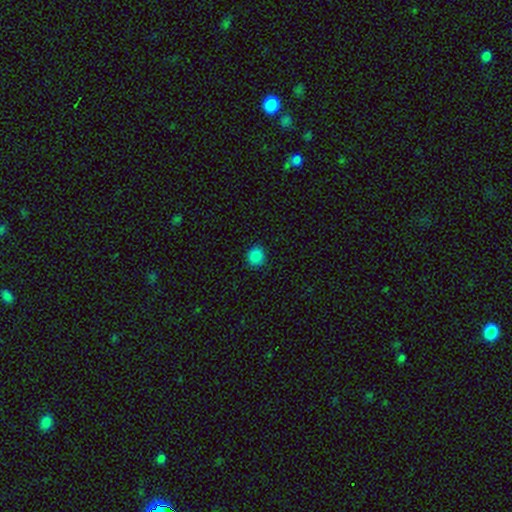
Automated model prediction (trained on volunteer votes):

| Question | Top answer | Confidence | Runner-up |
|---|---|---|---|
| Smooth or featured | smooth | 86% | star or artifact (11%) |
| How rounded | round | 79% | in between (20%) |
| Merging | none | 90% | minor disturbance (8%) |